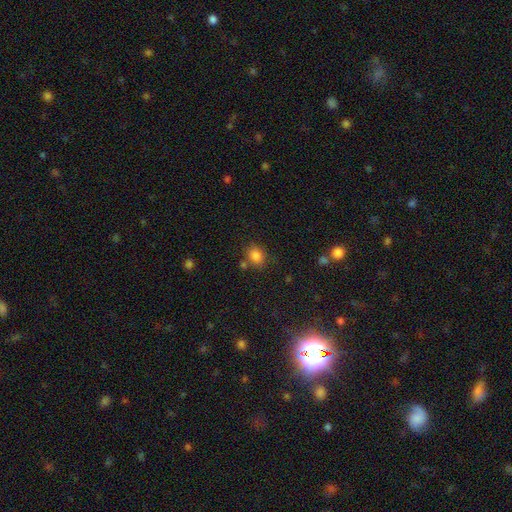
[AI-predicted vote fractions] Morphology: type=smooth (83%); roundness=round (58%); merging=none (72%).